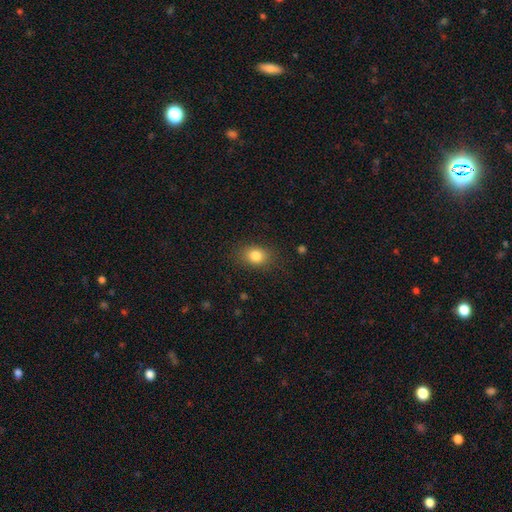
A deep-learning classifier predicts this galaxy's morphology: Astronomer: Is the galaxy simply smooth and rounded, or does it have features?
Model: smooth — 83%.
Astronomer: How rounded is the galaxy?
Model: in between — 63%.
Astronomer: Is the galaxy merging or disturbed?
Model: none — 83%.